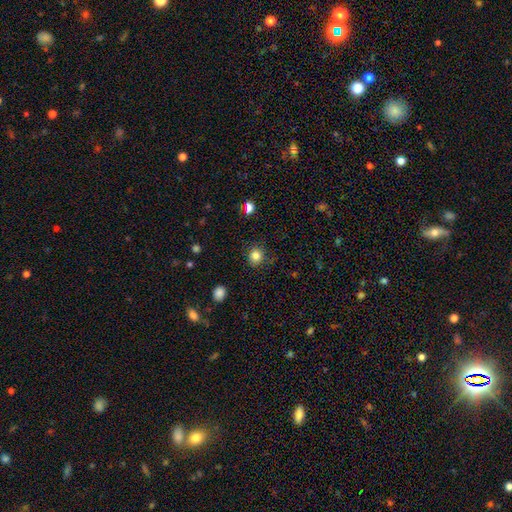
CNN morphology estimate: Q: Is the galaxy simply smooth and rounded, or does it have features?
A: smooth — 83%.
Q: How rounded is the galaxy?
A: round — 89%.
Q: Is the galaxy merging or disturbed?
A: none — 86%.